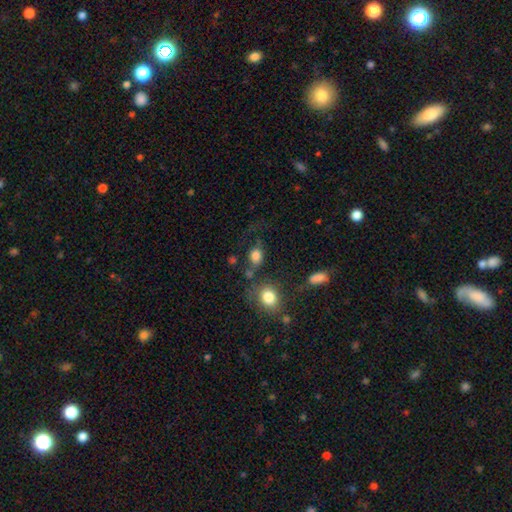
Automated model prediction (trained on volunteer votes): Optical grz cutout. It shows a smooth galaxy with no disk features (82%) that is in between round and cigar-shaped (55%). Merging: none (58%).